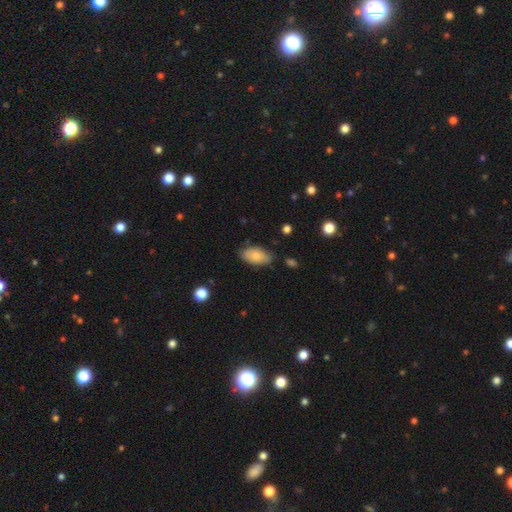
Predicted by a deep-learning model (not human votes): smooth_or_featured: smooth (p=0.78) [alt: featured or disk p=0.15]
how_rounded: in between (p=0.93) [alt: round p=0.04]
merging: none (p=0.73) [alt: minor disturbance p=0.21]